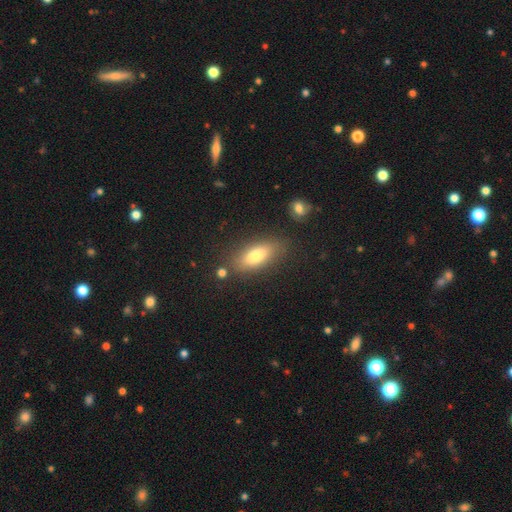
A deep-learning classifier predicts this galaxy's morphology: A smooth galaxy with no disk features (77%) that is in between round and cigar-shaped (76%). Merging: none (80%).